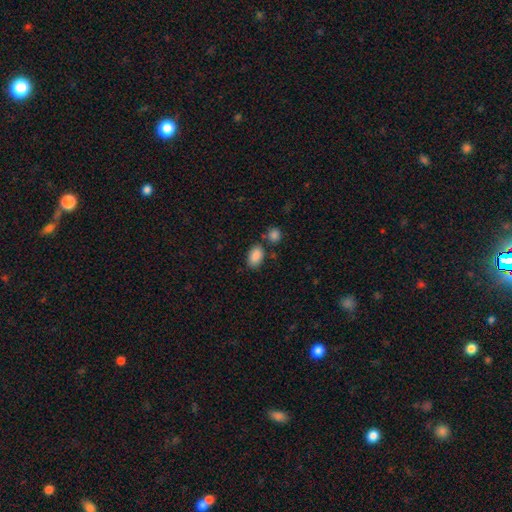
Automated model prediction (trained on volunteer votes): This is clearly a smooth galaxy (88%). How rounded: clearly in between (91%). Merging: likely none (74%).